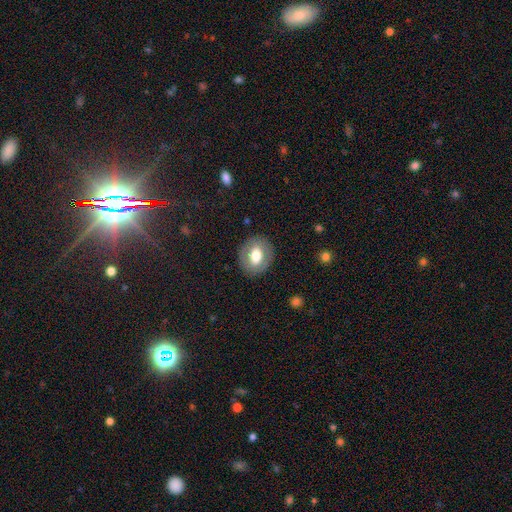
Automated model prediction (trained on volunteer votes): Smooth or featured?
  - smooth: 61% *
  - featured or disk: 31%
  - star or artifact: 7%
How rounded?
  - in between: 51% *
  - round: 48%
  - cigar-shaped: 1%
Merging?
  - none: 85% *
  - minor disturbance: 10%
  - major disturbance: 4%
  - merger: 1%